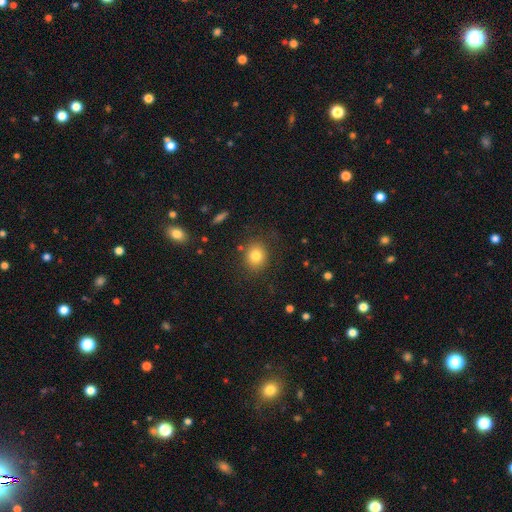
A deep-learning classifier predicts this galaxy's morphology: smooth 80%, star or artifact 11%, featured or disk 9%. Down the decision tree: how rounded — round (71%); merging — none (83%).